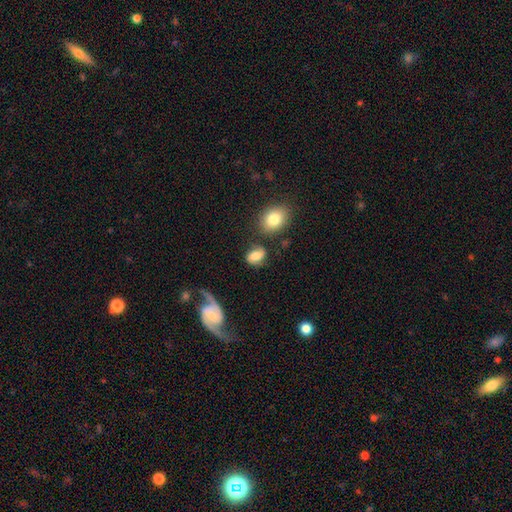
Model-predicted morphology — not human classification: type=smooth (62%); roundness=in between (71%); merging=none (65%).